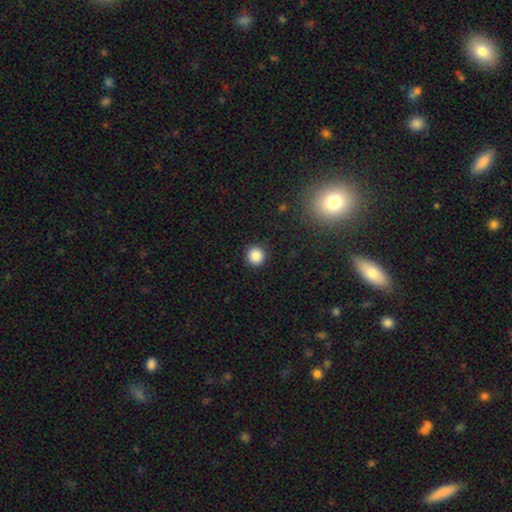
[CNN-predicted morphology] Smooth or featured?
  - smooth: 87% *
  - star or artifact: 10%
  - featured or disk: 3%
How rounded?
  - round: 95% *
  - in between: 4%
  - cigar-shaped: 1%
Merging?
  - none: 92% *
  - minor disturbance: 5%
  - major disturbance: 2%
  - merger: 1%